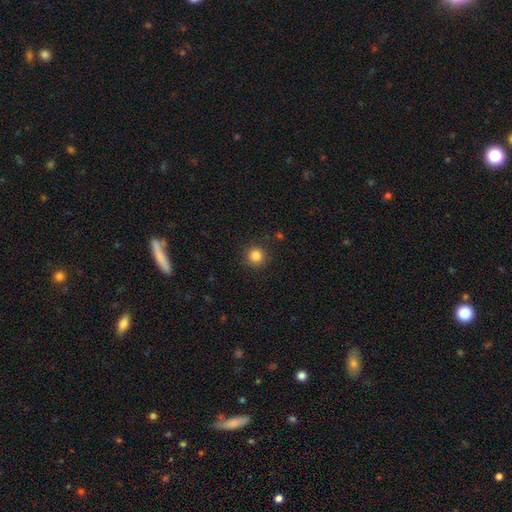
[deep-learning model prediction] Morphology: type=smooth (84%); roundness=round (94%); merging=none (90%).